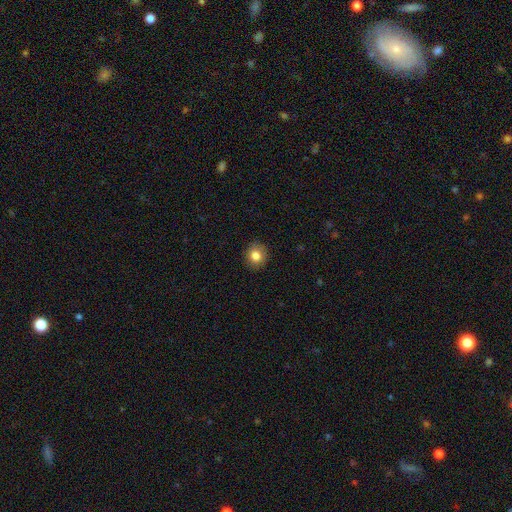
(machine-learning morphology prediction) This is clearly a smooth galaxy (83%). How rounded: clearly round (81%). Merging: clearly none (89%).